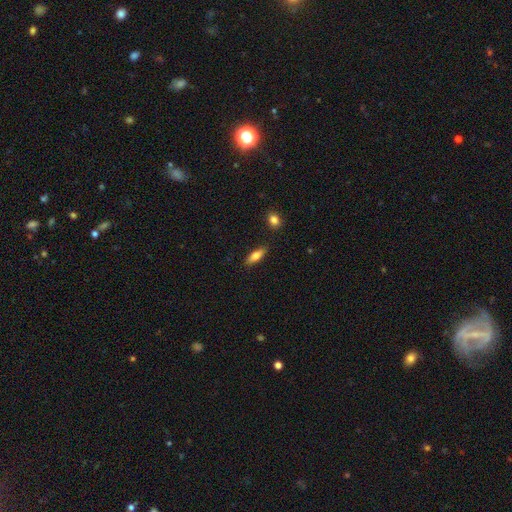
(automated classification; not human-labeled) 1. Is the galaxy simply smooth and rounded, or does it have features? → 75% smooth, 18% featured or disk, 7% star or artifact.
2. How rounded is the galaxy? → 62% in between, 35% cigar-shaped, 2% round.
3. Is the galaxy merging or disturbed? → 86% none, 10% minor disturbance, 2% major disturbance, 2% merger.